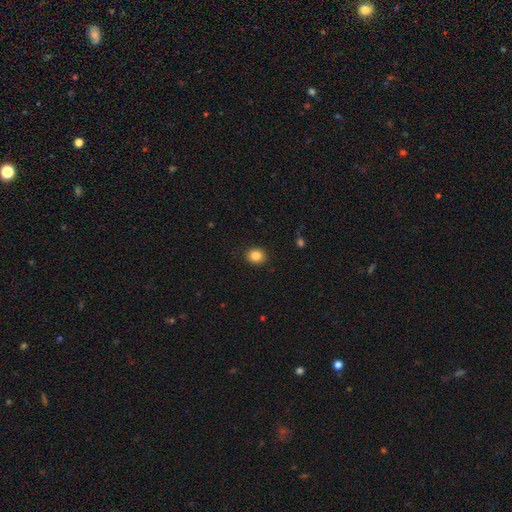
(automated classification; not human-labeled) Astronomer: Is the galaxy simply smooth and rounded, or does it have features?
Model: smooth — 85%.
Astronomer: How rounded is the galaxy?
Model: round — 69%.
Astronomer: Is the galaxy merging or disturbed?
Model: none — 90%.